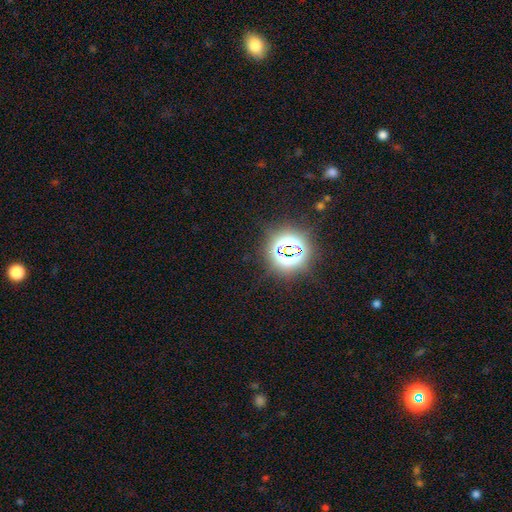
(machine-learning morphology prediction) Overall: star or artifact (77%).